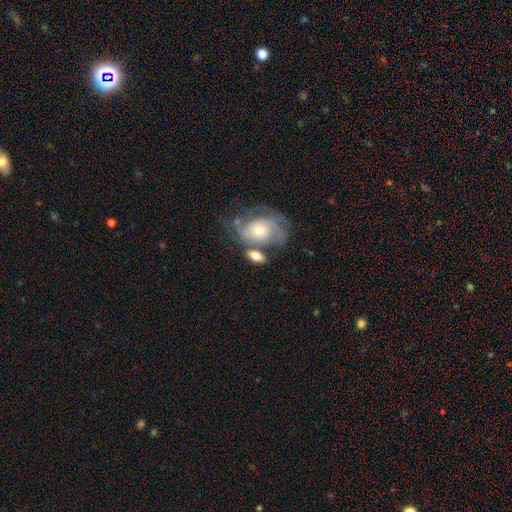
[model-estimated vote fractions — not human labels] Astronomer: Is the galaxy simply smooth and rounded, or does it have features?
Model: smooth — 60%.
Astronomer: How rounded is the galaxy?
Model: in between — 82%.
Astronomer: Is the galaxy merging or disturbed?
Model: none — 41% (runner-up: merger, 32%).